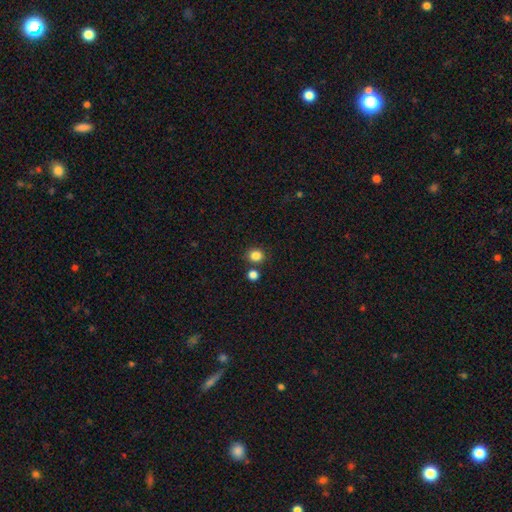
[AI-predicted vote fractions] This is clearly a smooth galaxy (84%). How rounded: likely round (80%). Merging: likely none (77%).